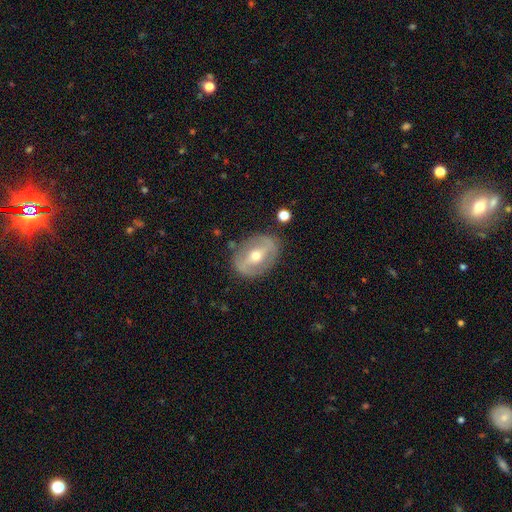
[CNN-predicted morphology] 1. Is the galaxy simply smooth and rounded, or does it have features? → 73% featured or disk, 21% smooth, 6% star or artifact.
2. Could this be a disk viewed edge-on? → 92% no, 8% yes.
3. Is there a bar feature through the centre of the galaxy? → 49% strong, 31% weak, 20% no.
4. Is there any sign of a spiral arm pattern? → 51% no, 49% yes.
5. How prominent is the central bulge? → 67% moderate, 29% small, 3% large, 1% none, 1% dominant.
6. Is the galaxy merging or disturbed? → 81% none, 13% minor disturbance, 4% major disturbance, 2% merger.